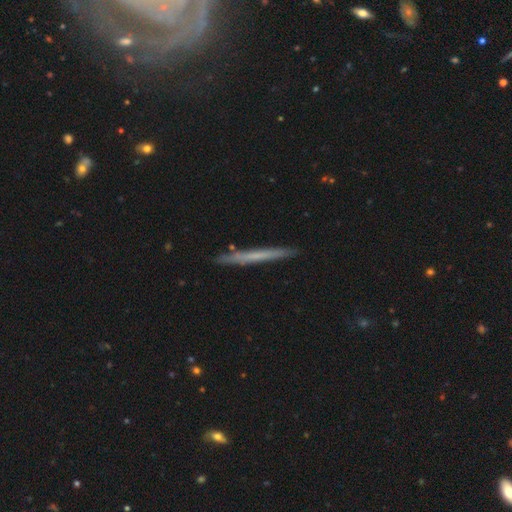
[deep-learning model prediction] Smooth or featured? Predicted: smooth (p=0.47, tied with featured or disk). Merging? Predicted: none (p=0.88).